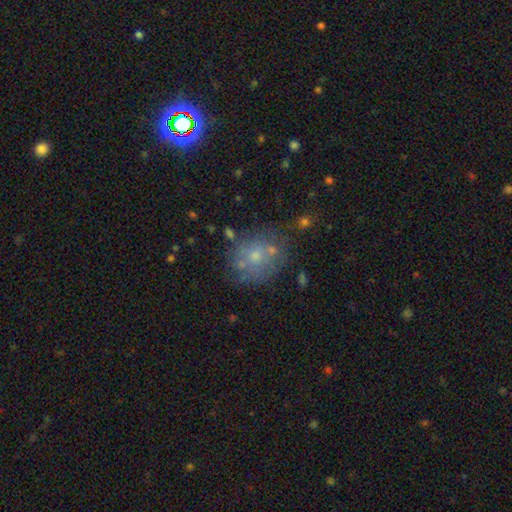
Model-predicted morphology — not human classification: The model was most divided on "smooth or featured": smooth: 57%, featured or disk: 31%, star or artifact: 12%. More confident: how rounded — round (74%); merging — none (58%).